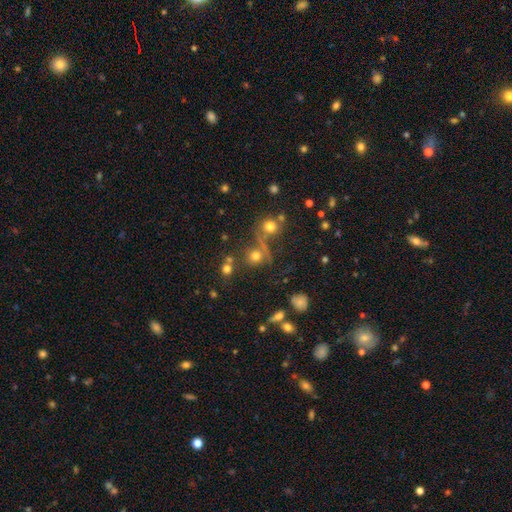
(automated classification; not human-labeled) This appears to be a smooth galaxy with no disk features (70%) that is round (88%). Merging: none (61%).